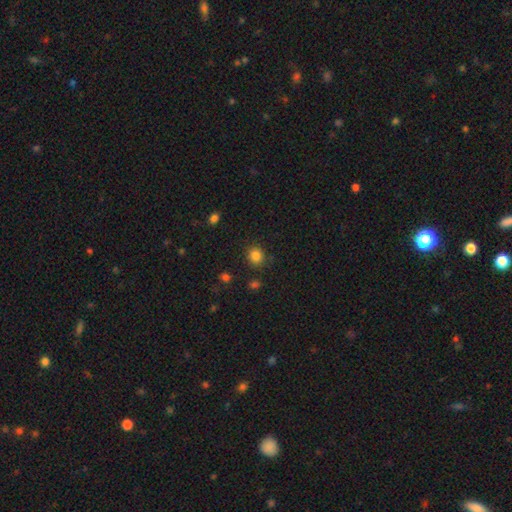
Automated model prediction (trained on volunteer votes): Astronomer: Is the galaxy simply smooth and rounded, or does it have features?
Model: smooth — 84%.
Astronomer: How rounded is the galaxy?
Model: round — 80%.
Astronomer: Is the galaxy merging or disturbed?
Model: none — 86%.